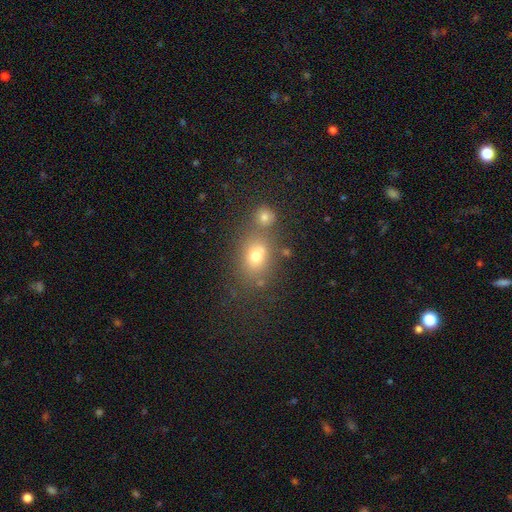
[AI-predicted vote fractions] The model was most divided on "how rounded": in between: 52%, round: 46%, cigar-shaped: 2%. More confident: smooth or featured — smooth (69%); merging — none (57%).